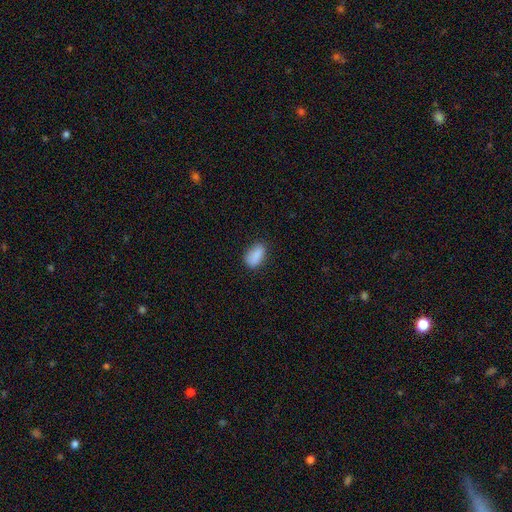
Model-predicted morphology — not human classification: Smooth or featured? Predicted: smooth (p=0.88). How rounded? Predicted: in between (p=0.90). Merging? Predicted: none (p=0.76).